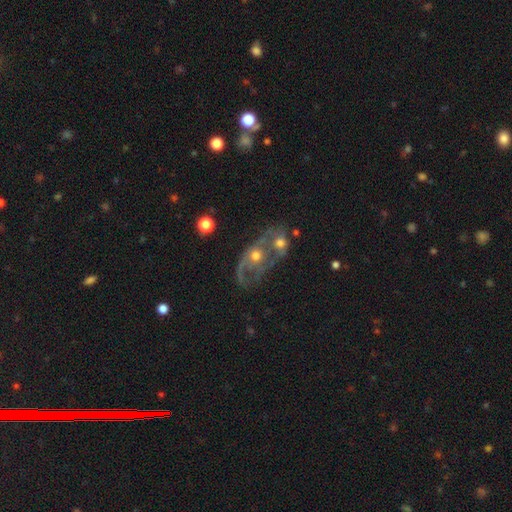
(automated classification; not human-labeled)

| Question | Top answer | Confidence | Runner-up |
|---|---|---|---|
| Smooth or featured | featured or disk | 64% | smooth (25%) |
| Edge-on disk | no | 94% | yes (6%) |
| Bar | no | 84% | weak (13%) |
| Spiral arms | yes | 53% | no (47%) |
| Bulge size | moderate | 65% | small (22%) |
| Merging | merger | 54% | none (22%) |